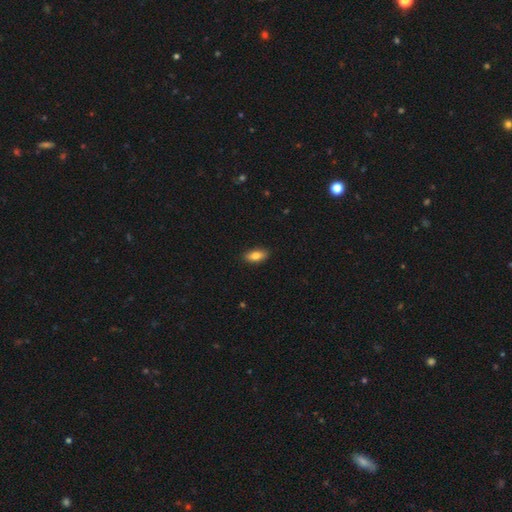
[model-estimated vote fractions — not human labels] A smooth galaxy with no disk features (82%) that is in between round and cigar-shaped (87%). Merging: none (88%).